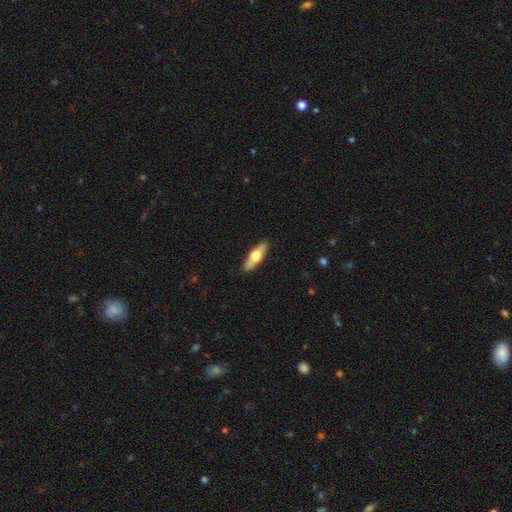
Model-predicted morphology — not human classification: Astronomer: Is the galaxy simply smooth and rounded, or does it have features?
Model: smooth — 51% (runner-up: featured or disk, 44%).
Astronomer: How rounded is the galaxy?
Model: cigar-shaped — 49% (runner-up: in between, 48%).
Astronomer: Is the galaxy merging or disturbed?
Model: none — 89%.